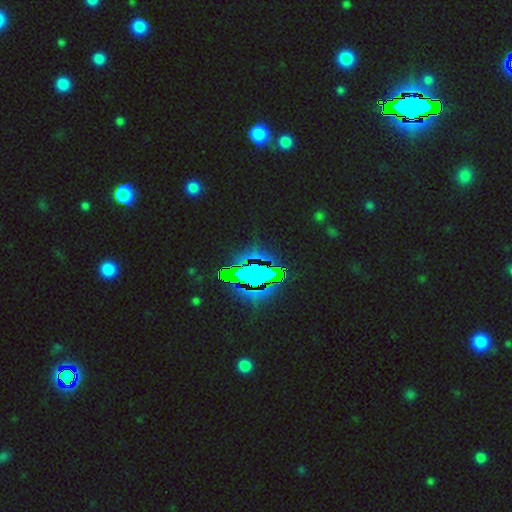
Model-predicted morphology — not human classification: star or artifact 82%, smooth 10%, featured or disk 8%.